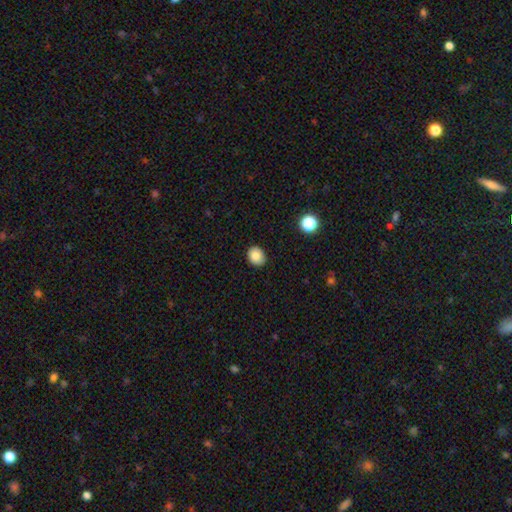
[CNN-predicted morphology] smooth 84%, star or artifact 10%, featured or disk 6%. Down the decision tree: how rounded — round (60%); merging — none (90%).